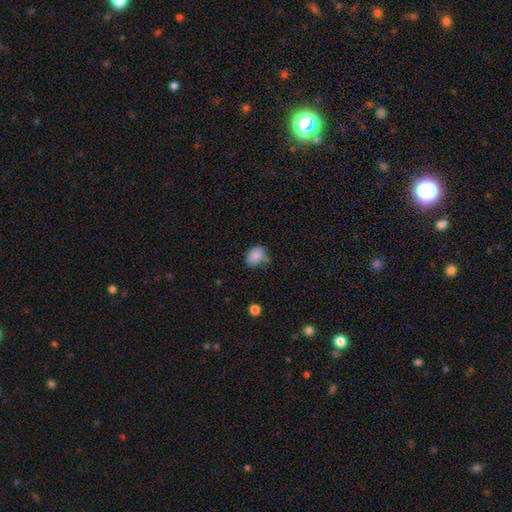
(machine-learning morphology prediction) Smooth or featured? Predicted: smooth (p=0.85). How rounded? Predicted: in between (p=0.71). Merging? Predicted: none (p=0.58).